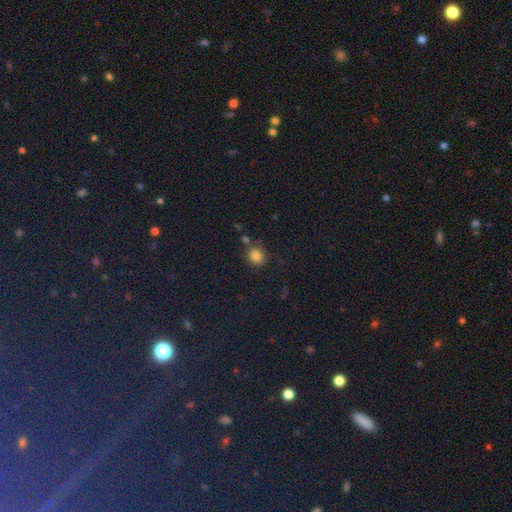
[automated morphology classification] Q: Smooth or featured?
A: smooth (81%); runner-up: star or artifact (13%)
Q: How rounded?
A: round (77%); runner-up: in between (22%)
Q: Merging?
A: none (71%); runner-up: minor disturbance (13%)